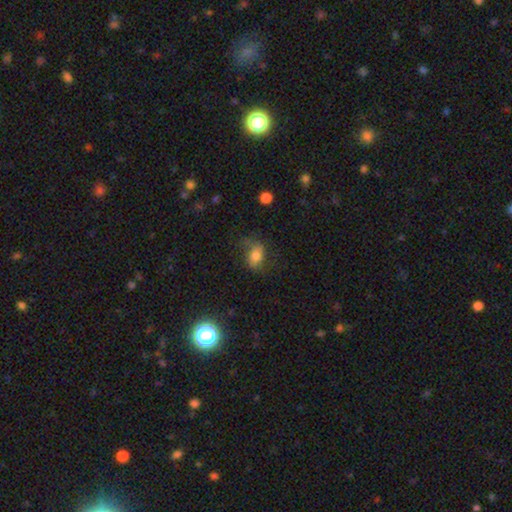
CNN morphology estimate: Smooth or featured: smooth — 72% (featured or disk — 18%)
How rounded: in between — 78% (round — 20%)
Merging: none — 61% (minor disturbance — 23%)